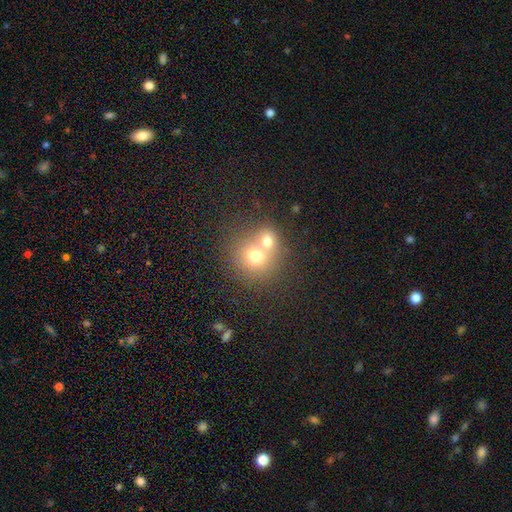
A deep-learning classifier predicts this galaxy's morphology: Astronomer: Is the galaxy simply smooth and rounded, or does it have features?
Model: smooth — 68%.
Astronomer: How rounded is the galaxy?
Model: round — 82%.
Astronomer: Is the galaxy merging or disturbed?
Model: merger — 60%.